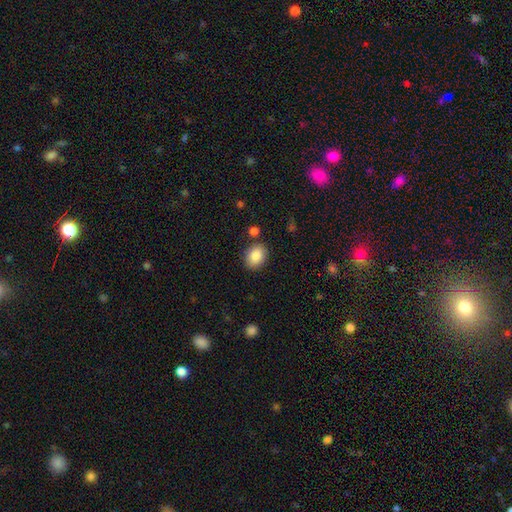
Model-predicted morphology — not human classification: smooth_or_featured: smooth (p=0.86) [alt: star or artifact p=0.08]
how_rounded: in between (p=0.64) [alt: round p=0.35]
merging: none (p=0.82) [alt: minor disturbance p=0.11]